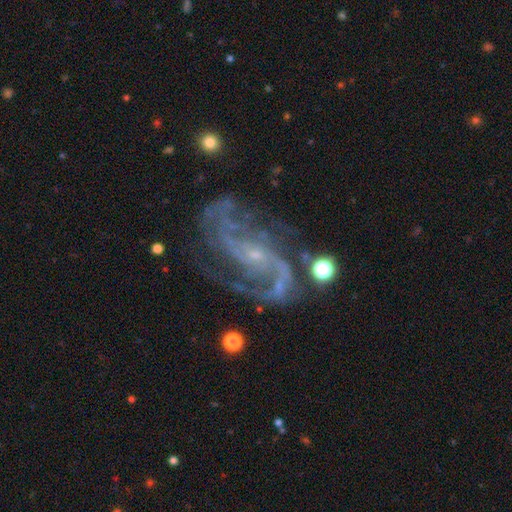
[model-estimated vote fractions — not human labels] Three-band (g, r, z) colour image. It shows a featured or disk galaxy (89%) with no bar (49%), 2 (67%) medium (50%) spiral arms (98%) and a small central bulge (83%). Merging: none (64%).